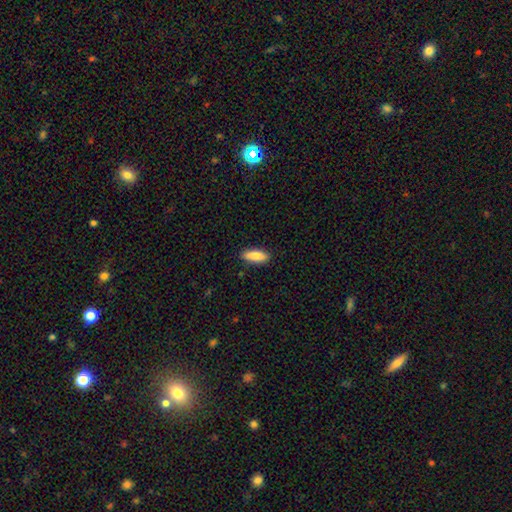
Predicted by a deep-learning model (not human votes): Morphology: type=smooth (85%); roundness=in between (64%); merging=none (88%).